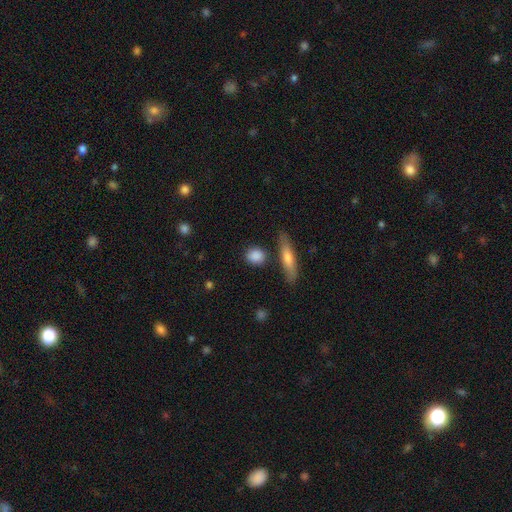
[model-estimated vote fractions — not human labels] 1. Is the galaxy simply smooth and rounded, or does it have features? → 86% smooth, 7% featured or disk, 7% star or artifact.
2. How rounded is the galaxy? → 64% round, 28% in between, 8% cigar-shaped.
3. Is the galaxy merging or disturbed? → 81% none, 11% minor disturbance, 5% merger, 3% major disturbance.